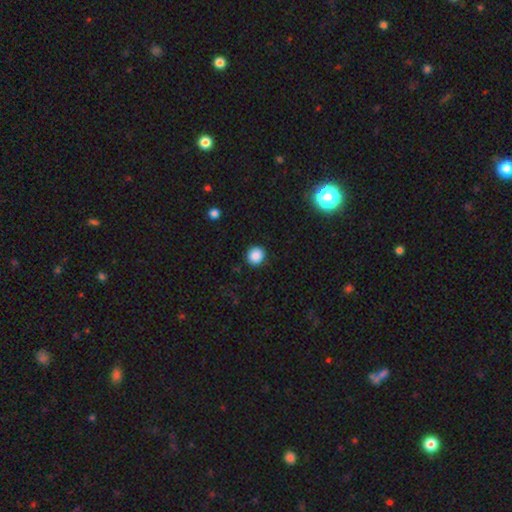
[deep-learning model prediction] A smooth galaxy with no disk features (87%) that is round (89%). Merging: none (91%).